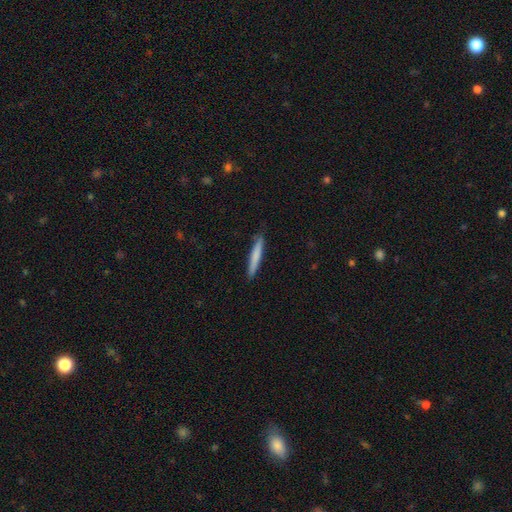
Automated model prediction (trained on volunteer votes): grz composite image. It shows a smooth galaxy with no disk features (73%) that is cigar-shaped (96%). Merging: none (88%).